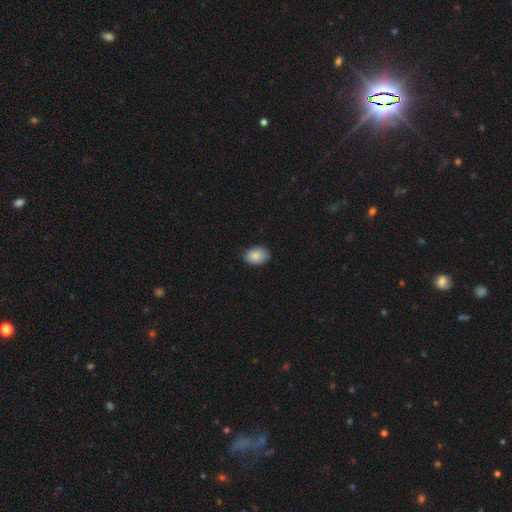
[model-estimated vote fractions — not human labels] This appears to be a smooth galaxy with no disk features (88%) that is in between round and cigar-shaped (82%). Merging: none (86%).